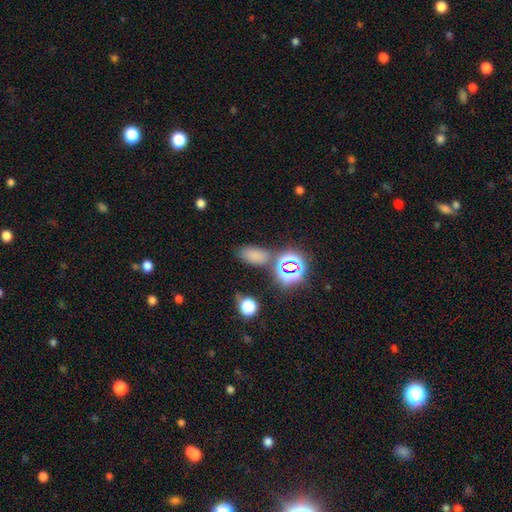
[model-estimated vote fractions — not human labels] Morphology: type=smooth (68%); roundness=in between (88%); merging=none (73%).